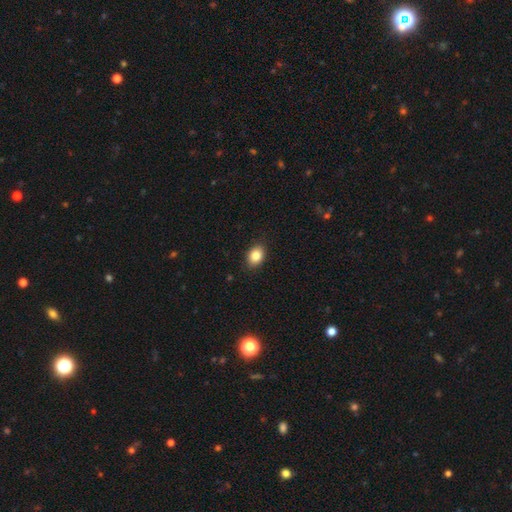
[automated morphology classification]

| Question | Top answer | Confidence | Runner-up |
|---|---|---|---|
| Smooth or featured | smooth | 85% | star or artifact (9%) |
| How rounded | in between | 71% | round (28%) |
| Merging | none | 88% | minor disturbance (9%) |